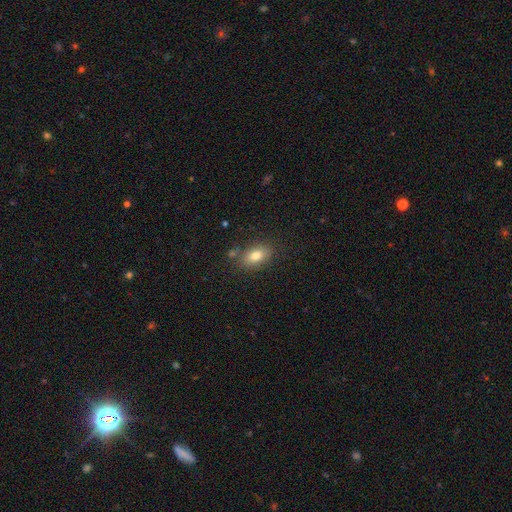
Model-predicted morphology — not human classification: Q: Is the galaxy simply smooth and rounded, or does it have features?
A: smooth — 79%.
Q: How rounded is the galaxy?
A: in between — 86%.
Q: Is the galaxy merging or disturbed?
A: none — 79%.